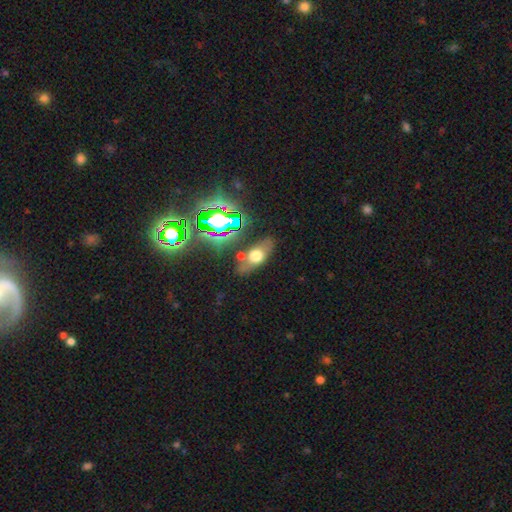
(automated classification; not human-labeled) A smooth galaxy with no disk features (51%) that is in between round and cigar-shaped (78%).

Vote fractions:
- Smooth or featured? smooth: 51% / featured or disk: 30% / star or artifact: 19%
- How rounded? in between: 78% / round: 11% / cigar-shaped: 11%
- Merging? none: 76% / minor disturbance: 14% / merger: 5% / major disturbance: 5%